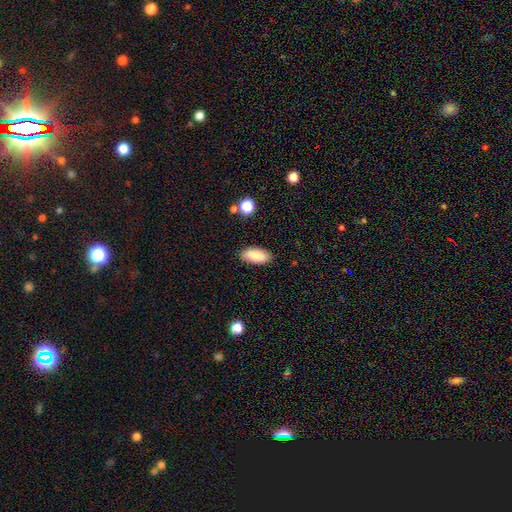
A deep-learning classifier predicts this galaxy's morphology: A smooth galaxy with no disk features (85%) that is in between round and cigar-shaped (88%). Merging: none (86%).